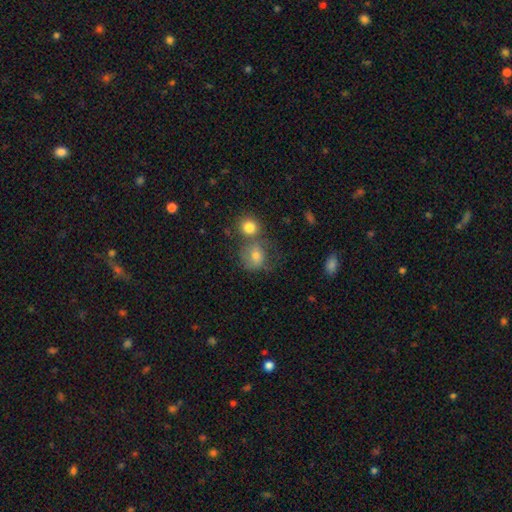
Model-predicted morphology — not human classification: smooth 71%, featured or disk 16%, star or artifact 12%. Down the decision tree: how rounded — round (70%); merging — none (40%).